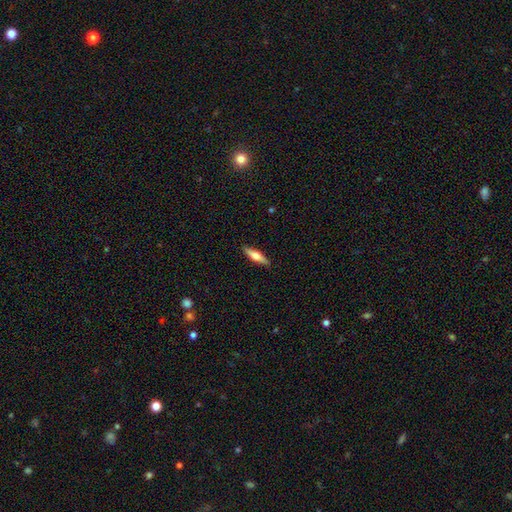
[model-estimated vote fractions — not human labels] This is possibly a smooth galaxy (49%). Merging: clearly none (88%).